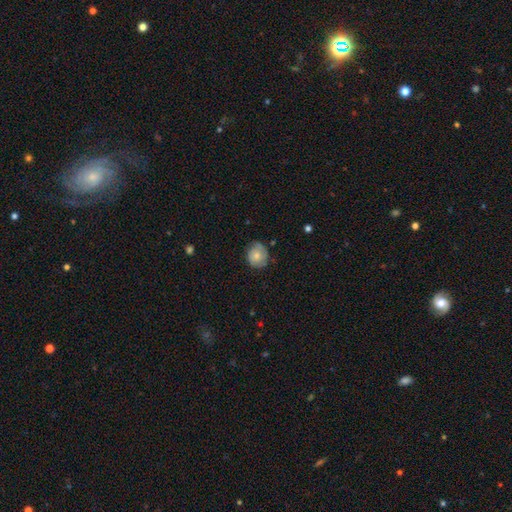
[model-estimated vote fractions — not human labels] Smooth or featured? Predicted: smooth (p=0.58). How rounded? Predicted: round (p=0.74). Merging? Predicted: none (p=0.66).